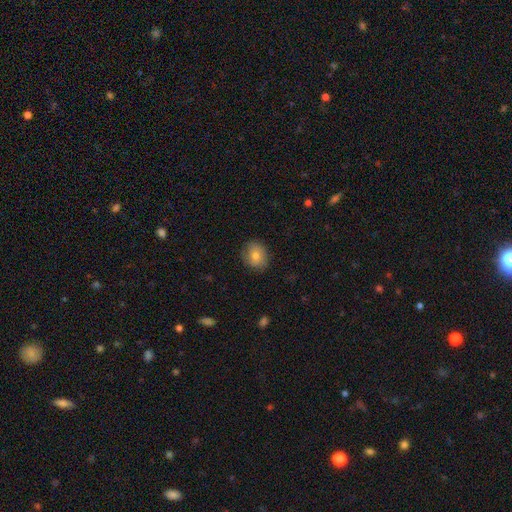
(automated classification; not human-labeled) Smooth or featured? smooth (72%)
How rounded? round (67%)
Merging? none (83%)